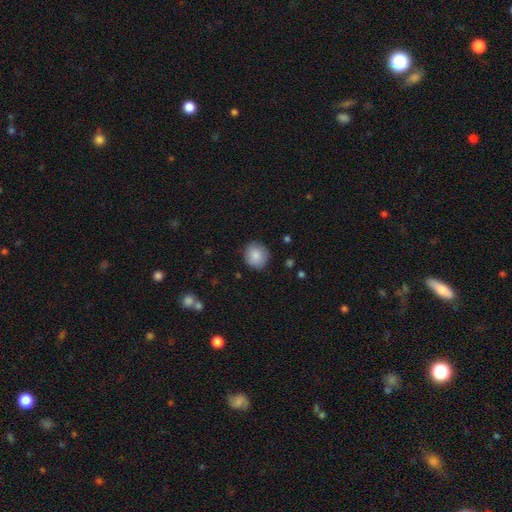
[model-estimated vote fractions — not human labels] smooth-or-featured: smooth: 86% | star or artifact: 7% | featured or disk: 7%
  how-rounded: round: 86% | in between: 13% | cigar-shaped: 1%
  merging: none: 86% | minor disturbance: 11% | major disturbance: 2% | merger: 1%